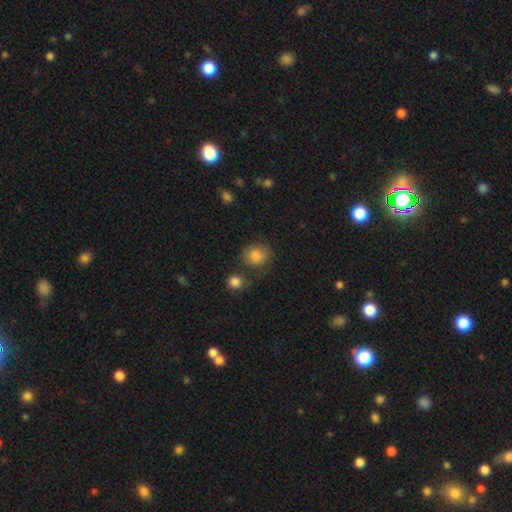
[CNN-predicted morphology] A smooth galaxy with no disk features (84%) that is round (78%).

Vote fractions:
- Smooth or featured? smooth: 84% / star or artifact: 10% / featured or disk: 6%
- How rounded? round: 78% / in between: 21% / cigar-shaped: 1%
- Merging? none: 70% / minor disturbance: 16% / merger: 9% / major disturbance: 6%